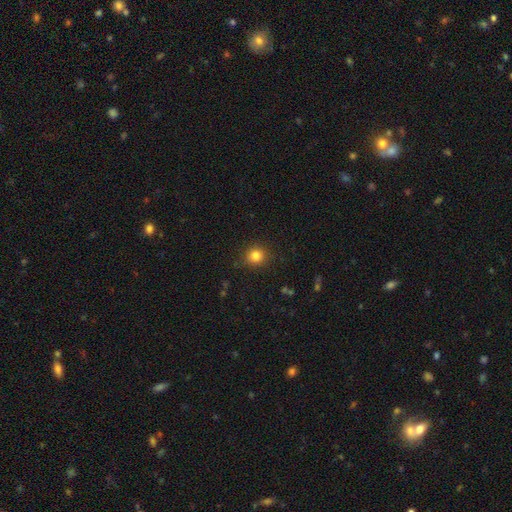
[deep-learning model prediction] This appears to be a smooth galaxy with no disk features (83%) that is round (86%). Merging: none (87%).